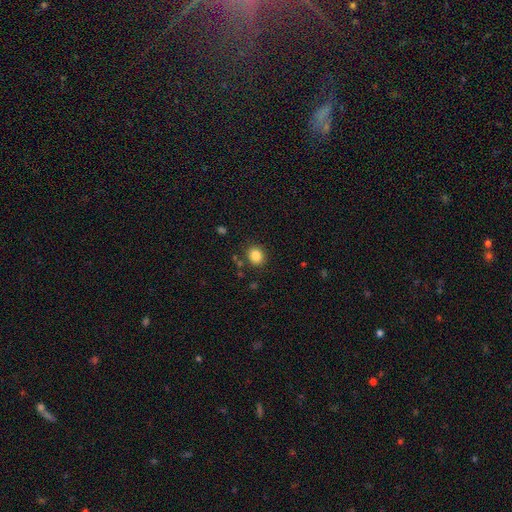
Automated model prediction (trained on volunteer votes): Morphology: type=smooth (85%); roundness=round (68%); merging=none (85%).